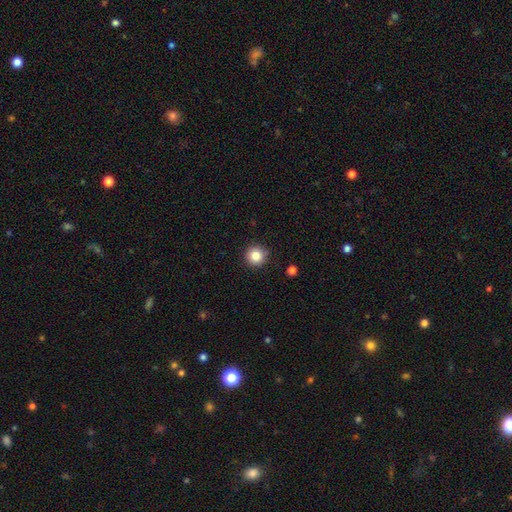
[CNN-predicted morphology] A smooth galaxy with no disk features (83%) that is round (95%).

Vote fractions:
- Smooth or featured? smooth: 83% / star or artifact: 11% / featured or disk: 6%
- How rounded? round: 95% / in between: 4% / cigar-shaped: 1%
- Merging? none: 89% / minor disturbance: 7% / major disturbance: 2% / merger: 1%